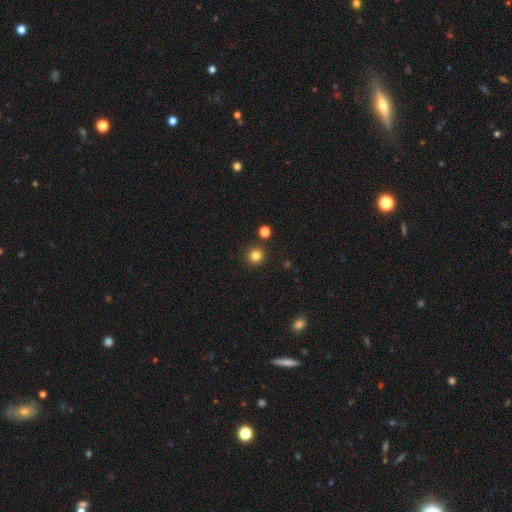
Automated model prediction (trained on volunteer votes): A smooth galaxy with no disk features (82%) that is round (95%).

Vote fractions:
- Smooth or featured? smooth: 82% / star or artifact: 14% / featured or disk: 4%
- How rounded? round: 95% / in between: 4% / cigar-shaped: 1%
- Merging? none: 89% / minor disturbance: 5% / merger: 4% / major disturbance: 2%